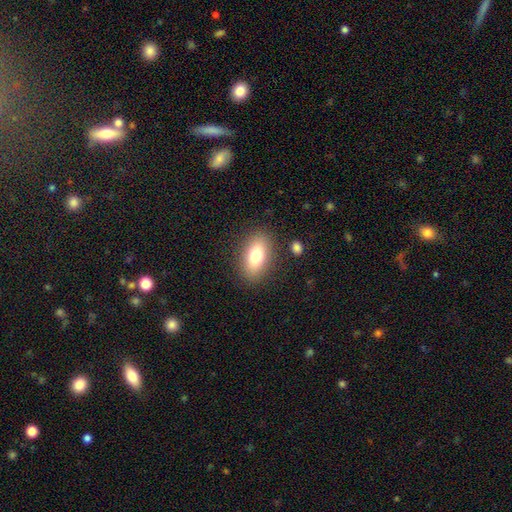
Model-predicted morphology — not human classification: smooth 76%, featured or disk 15%, star or artifact 8%. Down the decision tree: how rounded — in between (87%); merging — none (85%).